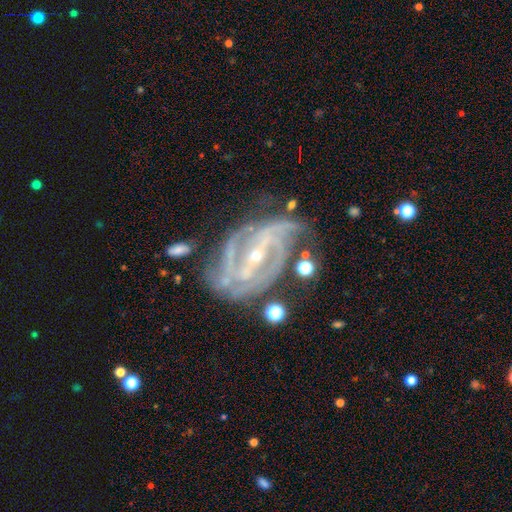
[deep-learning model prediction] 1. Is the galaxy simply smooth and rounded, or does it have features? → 91% featured or disk, 6% star or artifact, 3% smooth.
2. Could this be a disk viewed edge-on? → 96% no, 4% yes.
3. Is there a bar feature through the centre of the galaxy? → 65% strong, 23% weak, 12% no.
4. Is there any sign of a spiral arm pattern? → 97% yes, 3% no.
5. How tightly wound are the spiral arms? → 50% tight, 40% medium, 10% loose.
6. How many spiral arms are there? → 33% 2, 25% 3, 15% can't tell, 15% 4, 6% more than 4, 6% 1.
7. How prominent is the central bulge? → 78% small, 19% moderate, 1% none, 1% large, 1% dominant.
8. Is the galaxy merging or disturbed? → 58% none, 23% minor disturbance, 15% major disturbance, 4% merger.